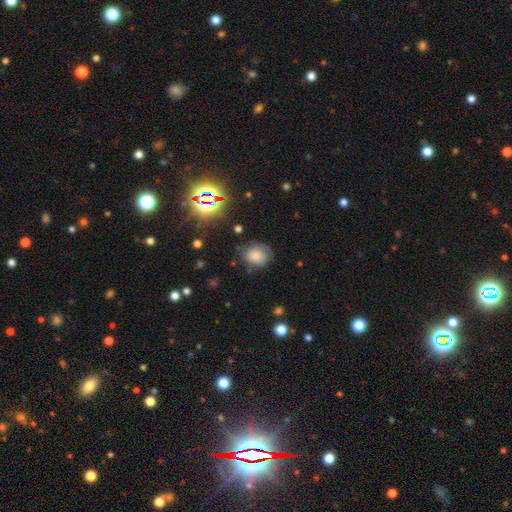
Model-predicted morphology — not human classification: A smooth galaxy with no disk features (76%) that is round (62%). Merging: none (72%).